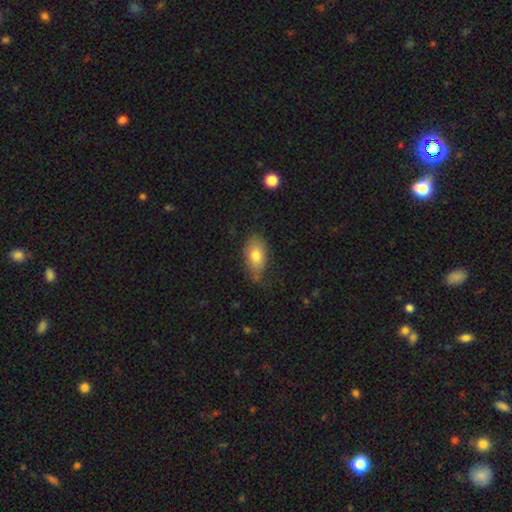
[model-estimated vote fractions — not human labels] Smooth or featured?
  - smooth: 78% *
  - featured or disk: 14%
  - star or artifact: 8%
How rounded?
  - in between: 90% *
  - round: 7%
  - cigar-shaped: 2%
Merging?
  - none: 59% *
  - minor disturbance: 30%
  - major disturbance: 8%
  - merger: 3%